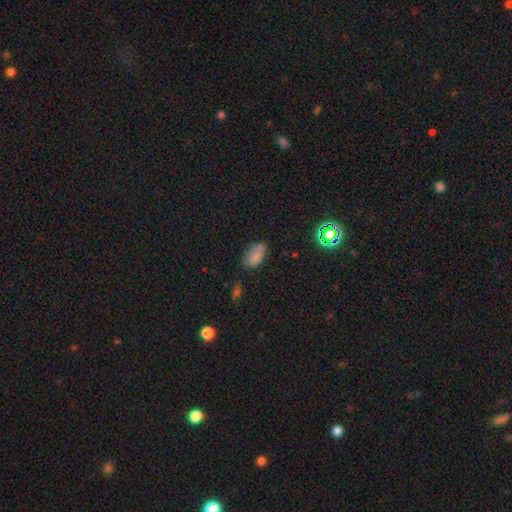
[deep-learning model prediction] This is clearly a smooth galaxy (81%). How rounded: clearly in between (92%). Merging: likely none (66%).